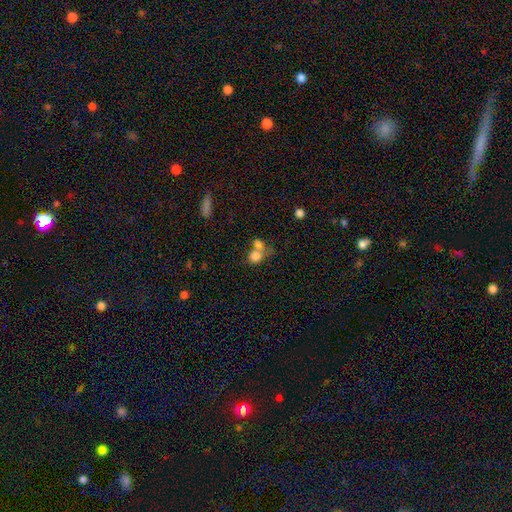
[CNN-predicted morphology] The model was most divided on "merging": merger: 54%, none: 33%, minor disturbance: 8%, major disturbance: 5%. More confident: smooth or featured — smooth (78%); how rounded — round (74%).